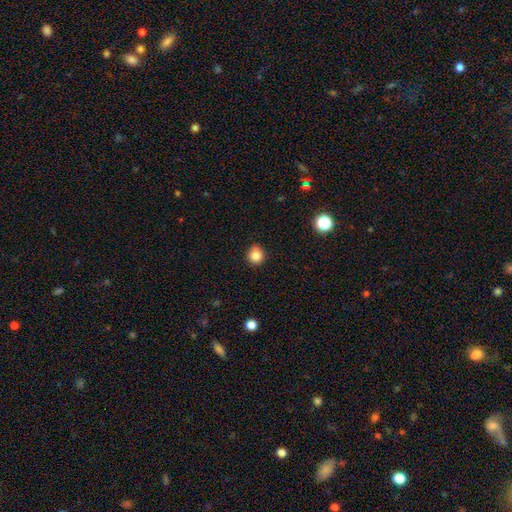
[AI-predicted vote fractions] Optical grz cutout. It shows a smooth galaxy with no disk features (84%) that is round (85%). Merging: none (88%).